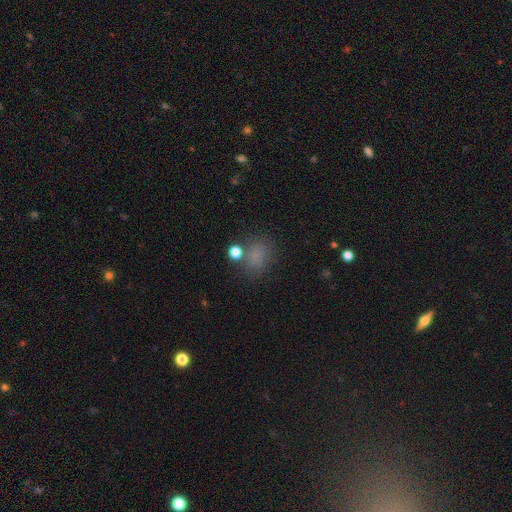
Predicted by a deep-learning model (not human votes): Smooth or featured?
  - smooth: 71% *
  - star or artifact: 20%
  - featured or disk: 8%
How rounded?
  - in between: 50% *
  - round: 48%
  - cigar-shaped: 1%
Merging?
  - none: 66% *
  - minor disturbance: 17%
  - major disturbance: 9%
  - merger: 7%